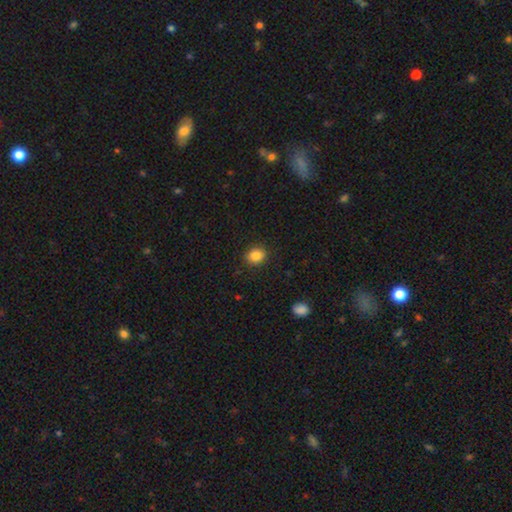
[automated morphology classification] smooth_or_featured: smooth (p=0.86) [alt: star or artifact p=0.10]
how_rounded: round (p=0.61) [alt: in between p=0.39]
merging: none (p=0.88) [alt: minor disturbance p=0.08]